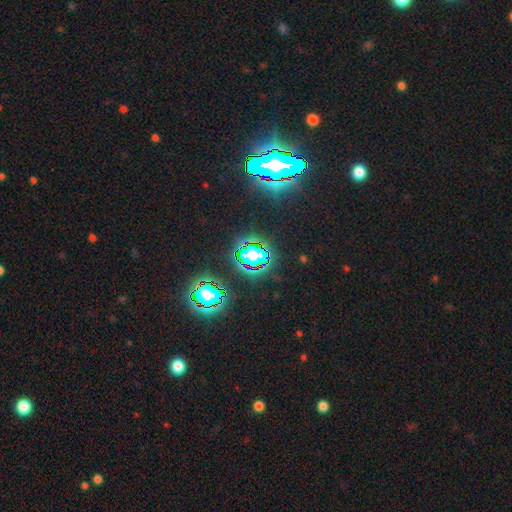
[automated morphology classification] A star or artifact, not a galaxy (84%).